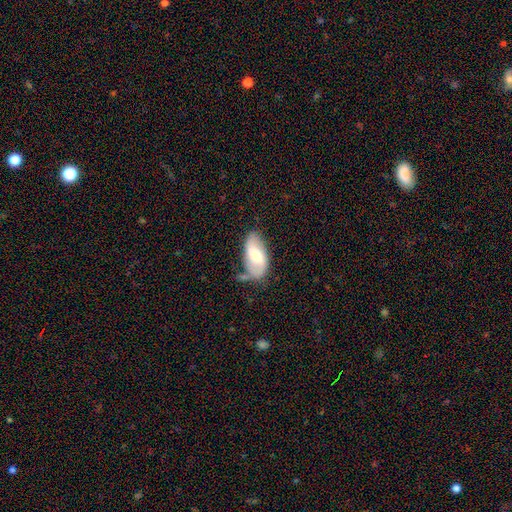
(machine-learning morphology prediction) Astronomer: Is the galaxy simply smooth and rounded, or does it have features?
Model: featured or disk — 52% (runner-up: smooth, 41%).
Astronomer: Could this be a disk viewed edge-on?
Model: no — 93%.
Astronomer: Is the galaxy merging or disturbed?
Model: none — 53%.